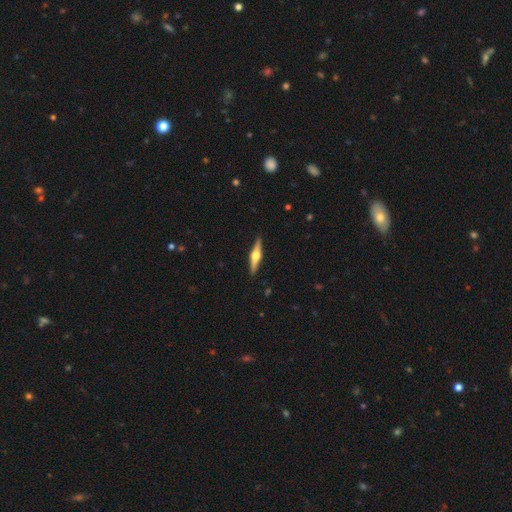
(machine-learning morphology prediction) A featured or disk galaxy (72%) viewed edge-on (97%) with a rounded central bulge (95%).

Vote fractions:
- Smooth or featured? featured or disk: 72% / smooth: 23% / star or artifact: 5%
- Edge-on disk? yes: 97% / no: 3%
- Edge-on bulge? rounded: 95% / boxy: 3% / none: 2%
- Merging? none: 91% / minor disturbance: 6% / major disturbance: 1% / merger: 1%